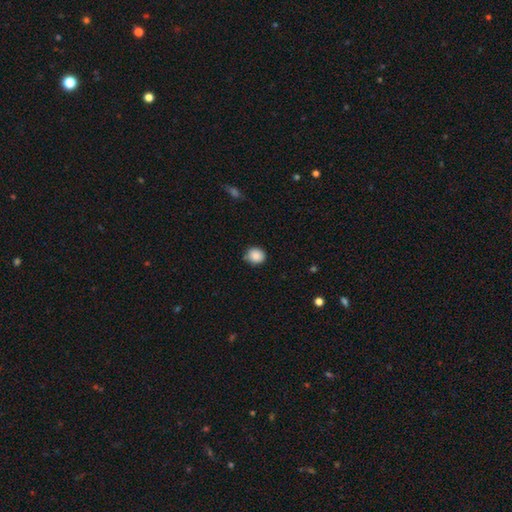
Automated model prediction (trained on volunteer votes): Smooth or featured: smooth — 87% (star or artifact — 9%)
How rounded: round — 82% (in between — 17%)
Merging: none — 79% (minor disturbance — 16%)